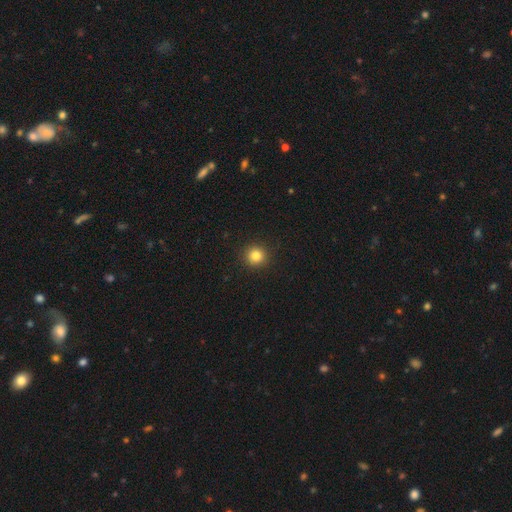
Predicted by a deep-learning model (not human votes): Morphology: type=smooth (83%); roundness=round (94%); merging=none (92%).